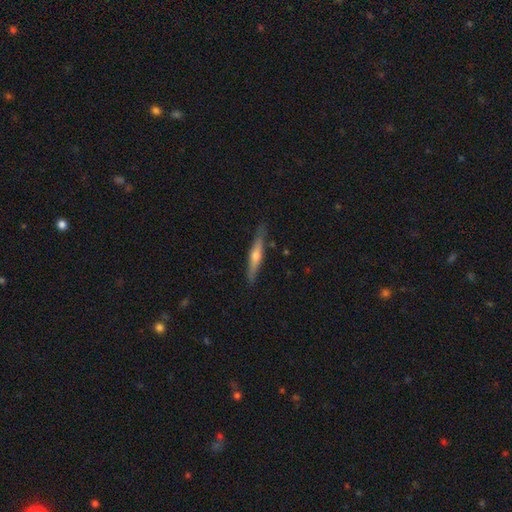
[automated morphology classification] Smooth or featured: featured or disk — 61% (smooth — 33%)
Edge-on disk: yes — 95% (no — 5%)
Edge-on bulge: rounded — 86% (none — 9%)
Merging: none — 86% (minor disturbance — 11%)